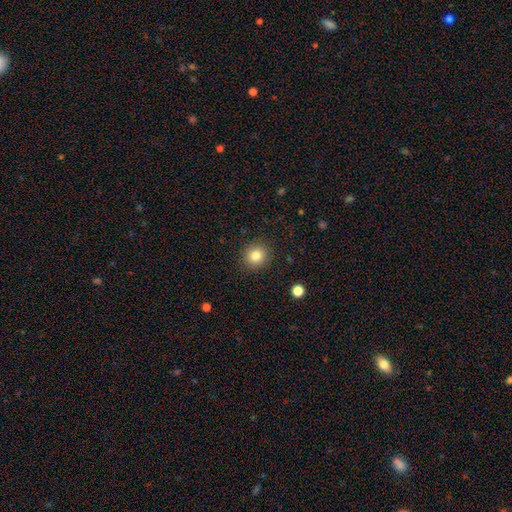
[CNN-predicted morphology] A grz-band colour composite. It shows a smooth galaxy with no disk features (83%) that is round (87%). Merging: none (90%).